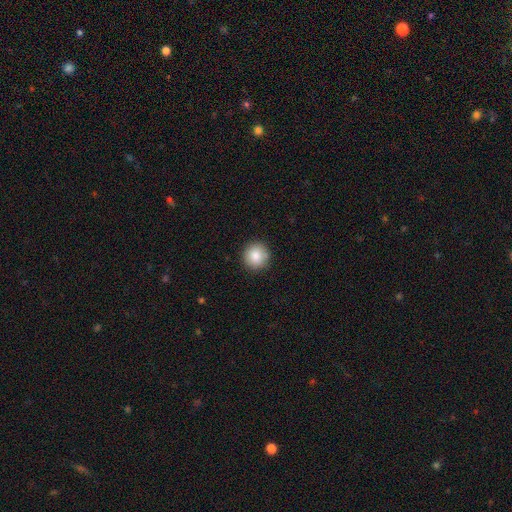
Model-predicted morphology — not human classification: A smooth galaxy with no disk features (86%) that is round (93%). Merging: none (90%).